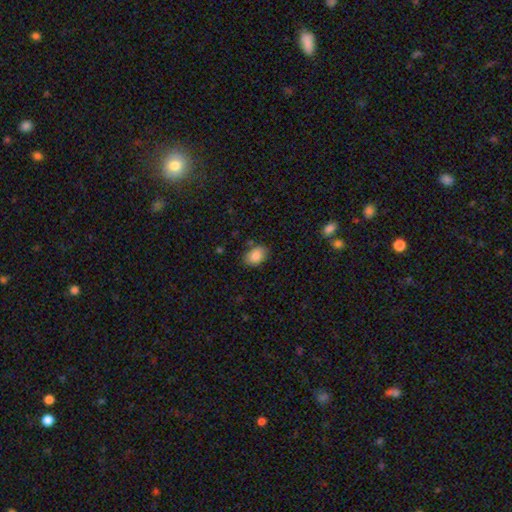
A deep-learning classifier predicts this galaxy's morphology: Q: Smooth or featured?
A: smooth (87%); runner-up: star or artifact (8%)
Q: How rounded?
A: in between (81%); runner-up: round (18%)
Q: Merging?
A: none (80%); runner-up: minor disturbance (14%)